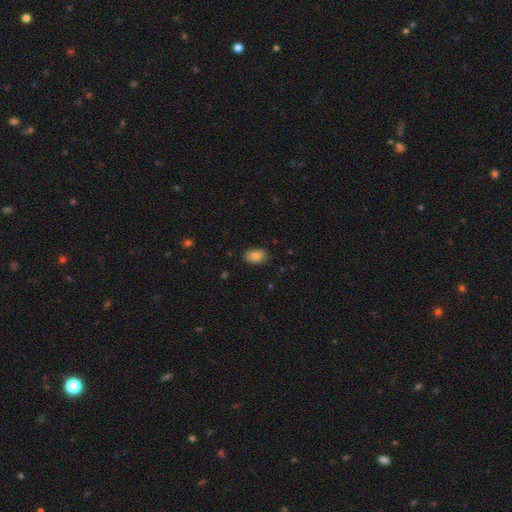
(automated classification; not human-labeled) Smooth or featured?
  - smooth: 82% *
  - featured or disk: 10%
  - star or artifact: 8%
How rounded?
  - in between: 88% *
  - round: 11%
  - cigar-shaped: 1%
Merging?
  - none: 85% *
  - minor disturbance: 12%
  - major disturbance: 2%
  - merger: 1%